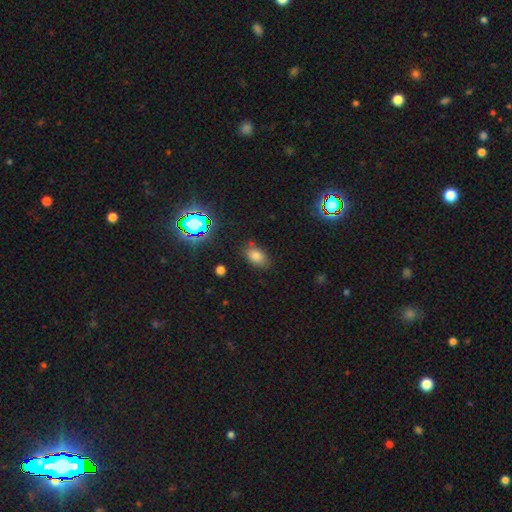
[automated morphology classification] type=smooth (76%); roundness=in between (85%); merging=none (75%).